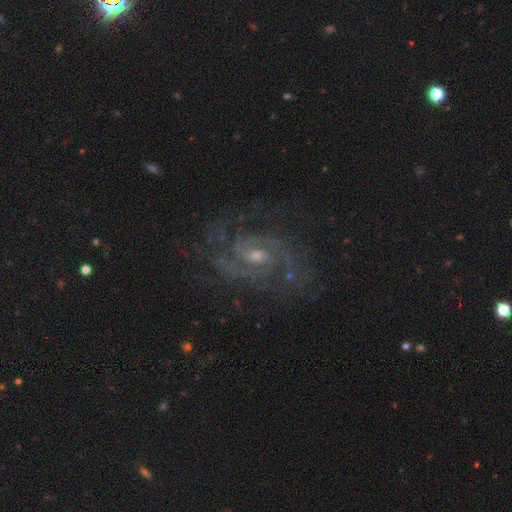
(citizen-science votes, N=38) smooth-or-featured: featured or disk: 100% | smooth: 0% | star or artifact: 0%
  disk-edge-on: no: 97% | yes: 3%
    bar: weak: 59% | no: 35% | strong: 5%
    has-spiral-arms: yes: 100% | no: 0%
      spiral-winding: tight: 46% | medium: 41% | loose: 14%
      spiral-arm-count: 2: 84% | 3: 11% | can't tell: 5% | 1: 0% | 4: 0% | more than 4: 0%
    bulge-size: small: 57% | moderate: 35% | large: 5% | none: 3% | dominant: 0%
  merging: none: 89% | minor disturbance: 5% | major disturbance: 5% | merger: 0%